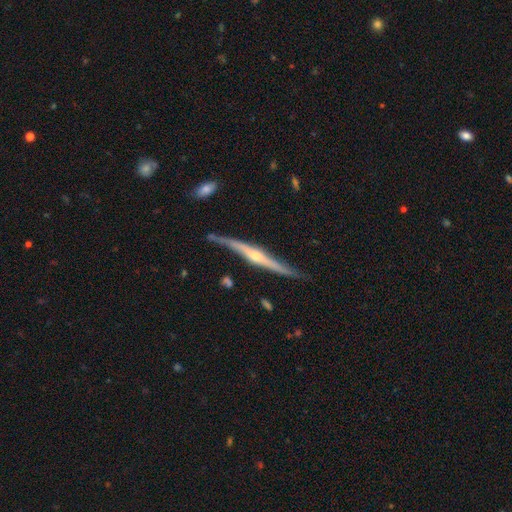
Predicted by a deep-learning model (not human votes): The model was most divided on "merging": none: 75%, minor disturbance: 18%, major disturbance: 4%, merger: 3%. More confident: edge-on disk — yes (96%); edge-on bulge — rounded (85%); smooth or featured — featured or disk (82%).